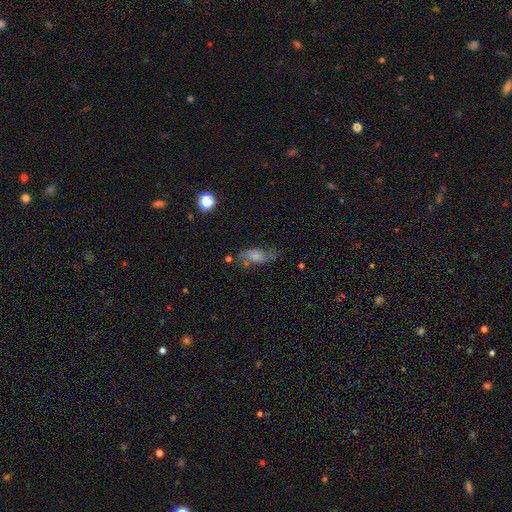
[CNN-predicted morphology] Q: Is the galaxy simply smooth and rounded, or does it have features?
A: featured or disk — 51%.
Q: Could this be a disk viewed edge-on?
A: no — 88%.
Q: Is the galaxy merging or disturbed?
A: none — 53%.